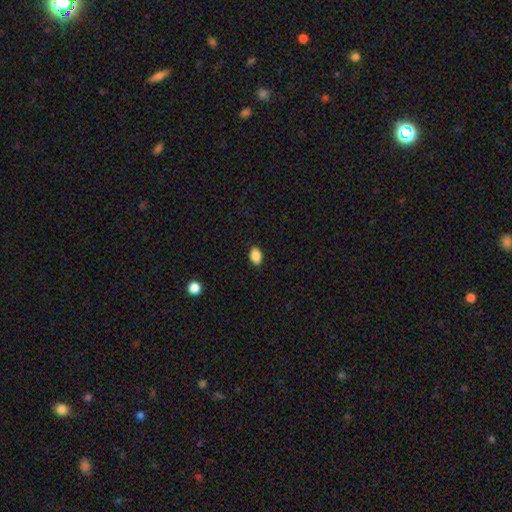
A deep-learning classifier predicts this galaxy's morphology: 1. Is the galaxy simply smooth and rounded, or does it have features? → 88% smooth, 9% star or artifact, 3% featured or disk.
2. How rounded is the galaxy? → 76% in between, 23% round, 1% cigar-shaped.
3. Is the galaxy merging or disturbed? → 89% none, 8% minor disturbance, 2% major disturbance, 1% merger.